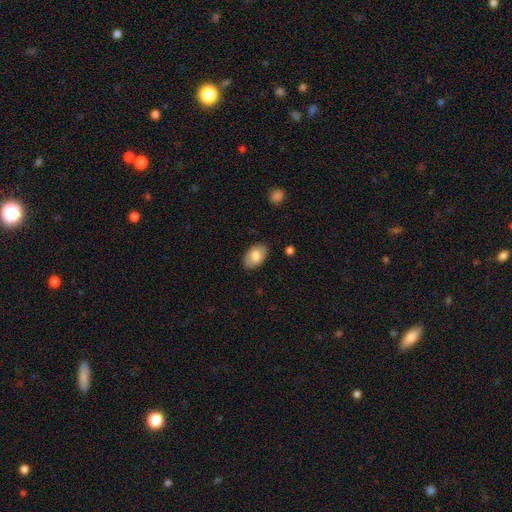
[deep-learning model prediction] Smooth or featured? Predicted: smooth (p=0.80). How rounded? Predicted: in between (p=0.91). Merging? Predicted: none (p=0.85).